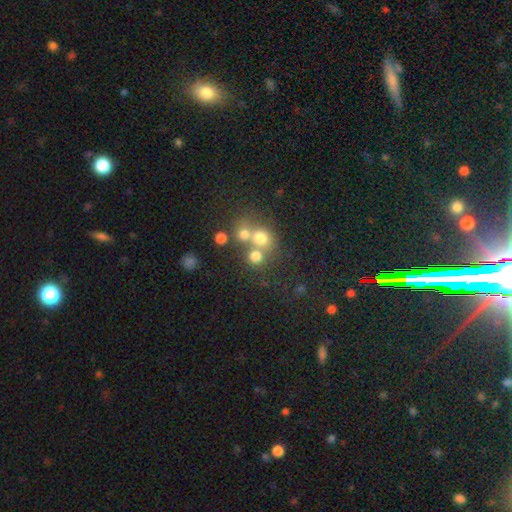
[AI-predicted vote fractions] Smooth or featured? smooth (70%)
How rounded? round (84%)
Merging? none (49%)